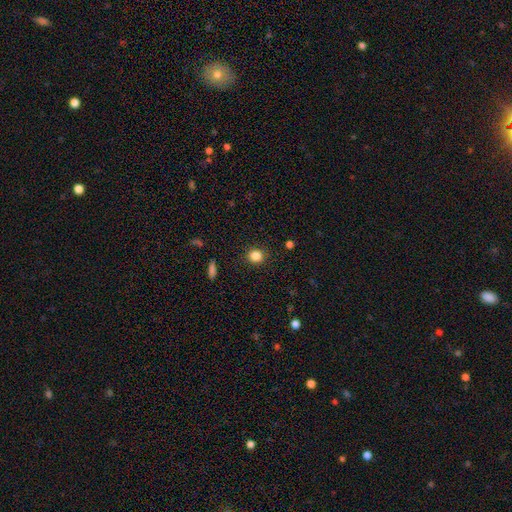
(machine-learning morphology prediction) Smooth or featured?
  - smooth: 84% *
  - star or artifact: 11%
  - featured or disk: 5%
How rounded?
  - round: 83% *
  - in between: 16%
  - cigar-shaped: 1%
Merging?
  - none: 90% *
  - minor disturbance: 6%
  - major disturbance: 2%
  - merger: 1%